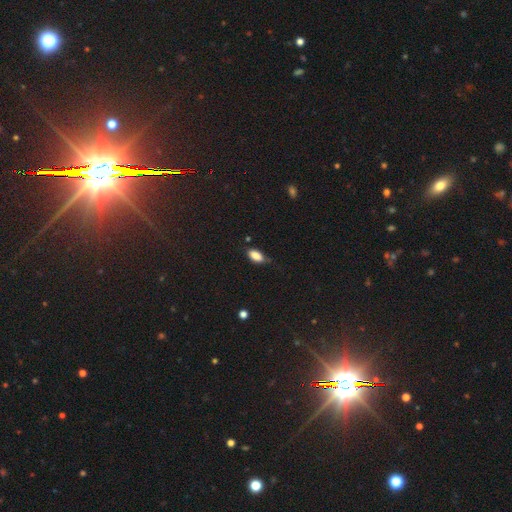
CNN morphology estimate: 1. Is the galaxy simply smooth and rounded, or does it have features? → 85% smooth, 8% star or artifact, 6% featured or disk.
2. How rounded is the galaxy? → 90% in between, 7% cigar-shaped, 3% round.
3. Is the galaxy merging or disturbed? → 67% none, 26% minor disturbance, 5% major disturbance, 2% merger.